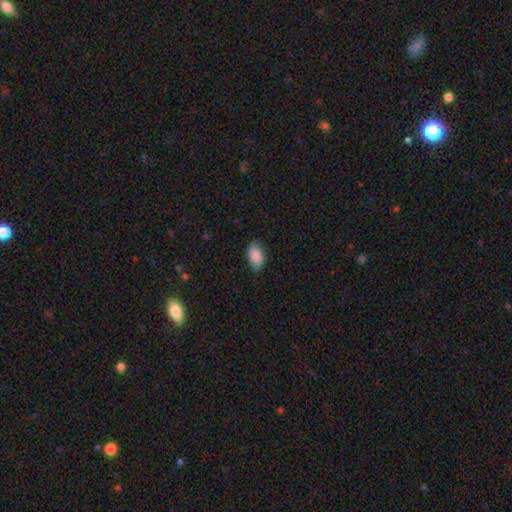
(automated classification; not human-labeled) A smooth galaxy with no disk features (85%) that is in between round and cigar-shaped (93%).

Vote fractions:
- Smooth or featured? smooth: 85% / featured or disk: 8% / star or artifact: 7%
- How rounded? in between: 93% / round: 5% / cigar-shaped: 2%
- Merging? none: 78% / minor disturbance: 18% / major disturbance: 4% / merger: 1%